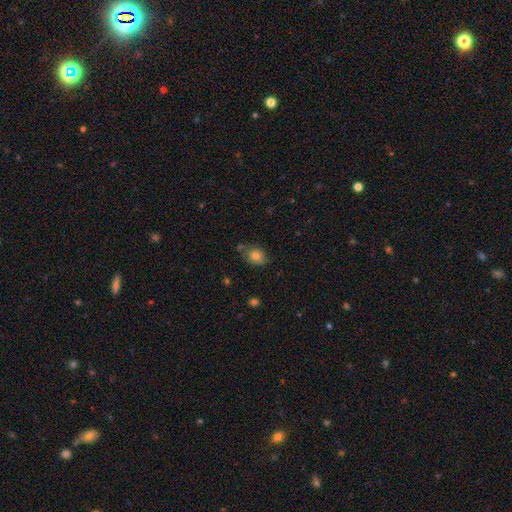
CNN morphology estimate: The model was most divided on "how rounded": in between: 61%, round: 38%, cigar-shaped: 1%. More confident: smooth or featured — smooth (79%); merging — none (65%).